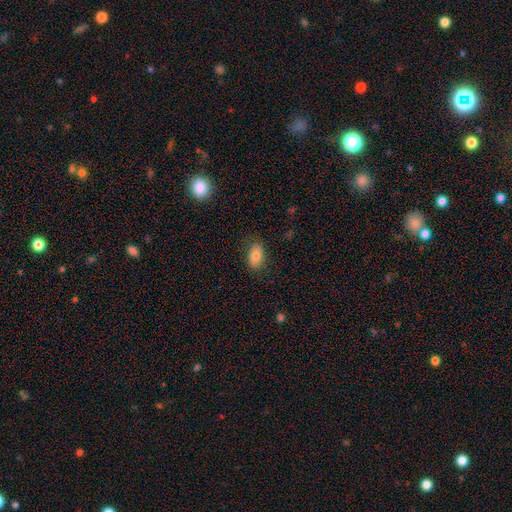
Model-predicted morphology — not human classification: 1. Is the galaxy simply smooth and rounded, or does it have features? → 80% smooth, 13% featured or disk, 8% star or artifact.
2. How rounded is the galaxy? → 91% in between, 6% round, 3% cigar-shaped.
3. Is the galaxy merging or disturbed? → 83% none, 13% minor disturbance, 3% major disturbance, 1% merger.